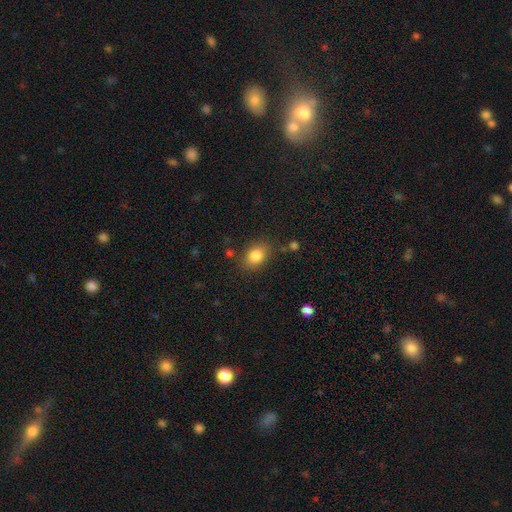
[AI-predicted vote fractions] This appears to be a smooth galaxy with no disk features (84%) that is in between round and cigar-shaped (68%). Merging: none (79%).